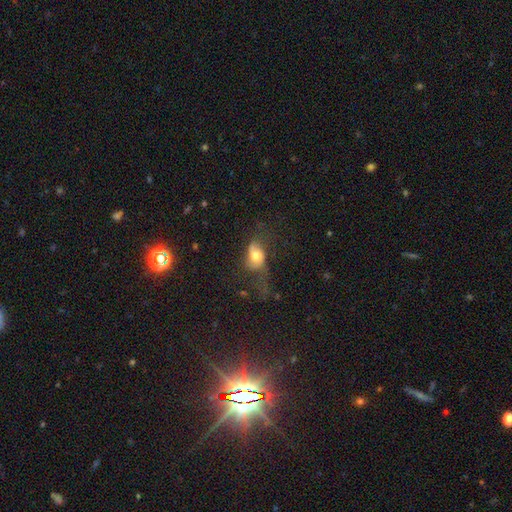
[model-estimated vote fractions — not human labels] Q: Smooth or featured?
A: smooth (56%); runner-up: featured or disk (35%)
Q: How rounded?
A: in between (70%); runner-up: round (28%)
Q: Merging?
A: major disturbance (38%); runner-up: none (34%)